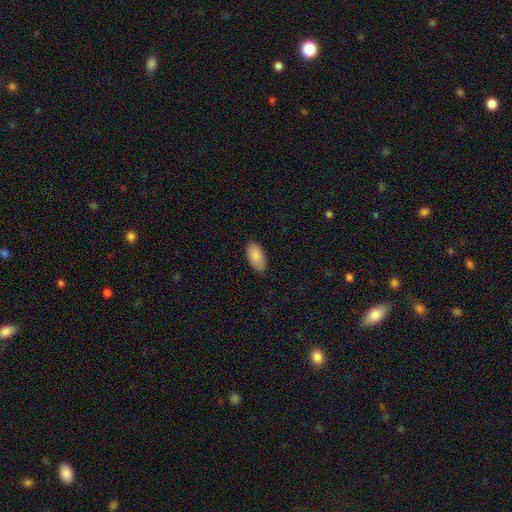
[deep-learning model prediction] Smooth or featured?
  - smooth: 86% *
  - featured or disk: 7%
  - star or artifact: 6%
How rounded?
  - in between: 94% *
  - cigar-shaped: 3%
  - round: 2%
Merging?
  - none: 85% *
  - minor disturbance: 12%
  - major disturbance: 2%
  - merger: 1%